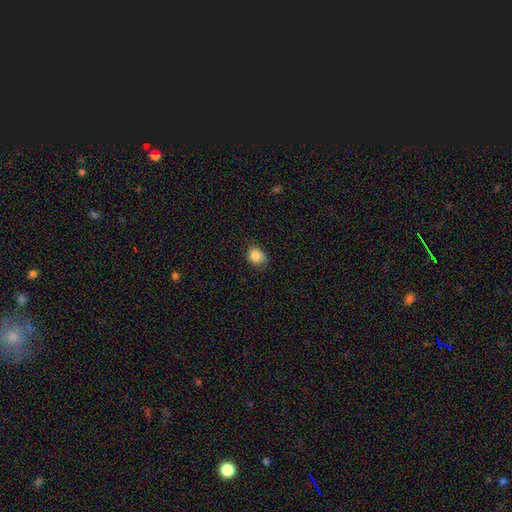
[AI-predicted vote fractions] This is clearly a smooth galaxy (85%). How rounded: possibly round (51%). Merging: likely none (73%).